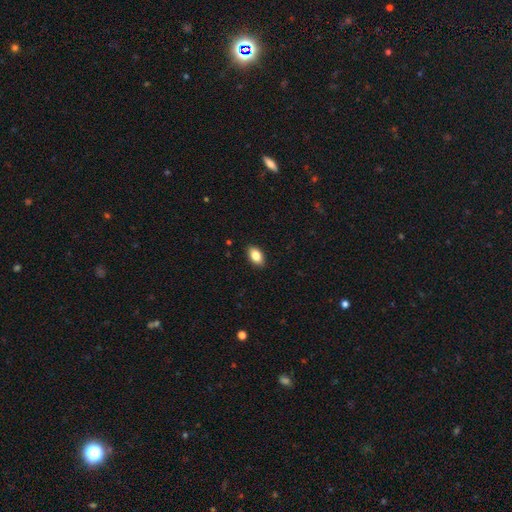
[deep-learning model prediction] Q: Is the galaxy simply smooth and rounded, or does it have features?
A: smooth — 84%.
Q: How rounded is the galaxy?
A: in between — 92%.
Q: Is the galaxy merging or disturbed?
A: none — 89%.